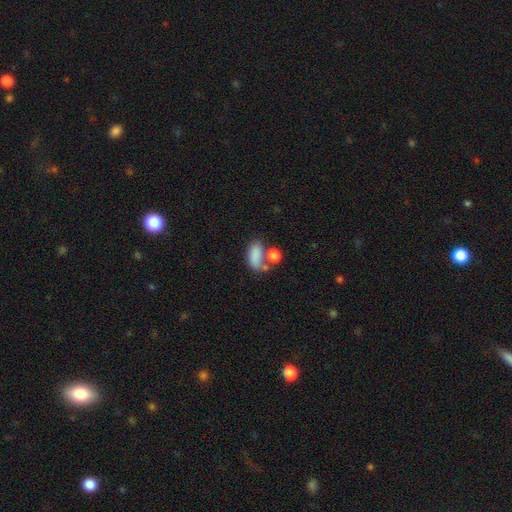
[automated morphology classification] smooth_or_featured: smooth (p=0.82) [alt: featured or disk p=0.09]
how_rounded: in between (p=0.88) [alt: round p=0.08]
merging: none (p=0.40) [alt: merger p=0.39]